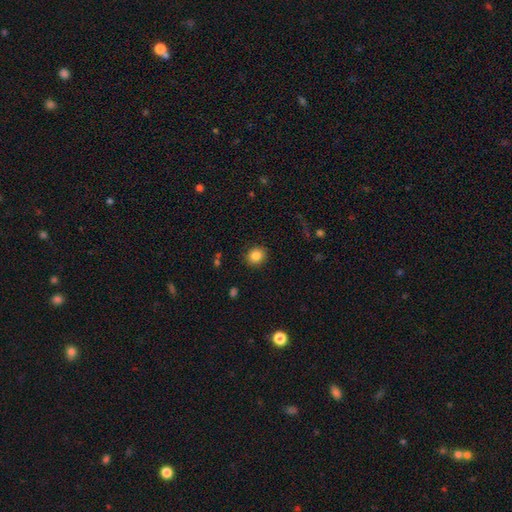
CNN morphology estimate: Smooth or featured? smooth (85%)
How rounded? round (82%)
Merging? none (90%)